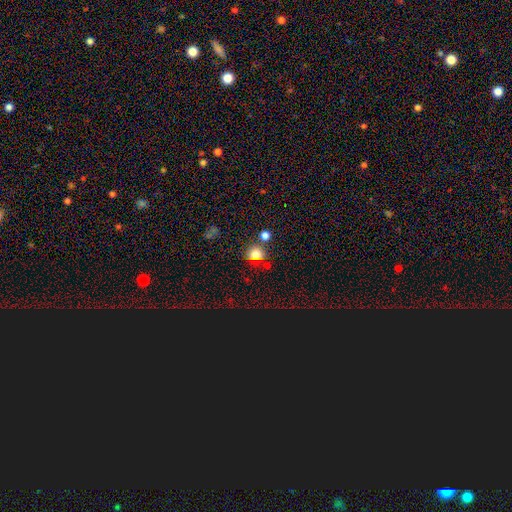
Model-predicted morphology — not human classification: A smooth galaxy with no disk features (78%) that is round (60%). Merging: none (67%).